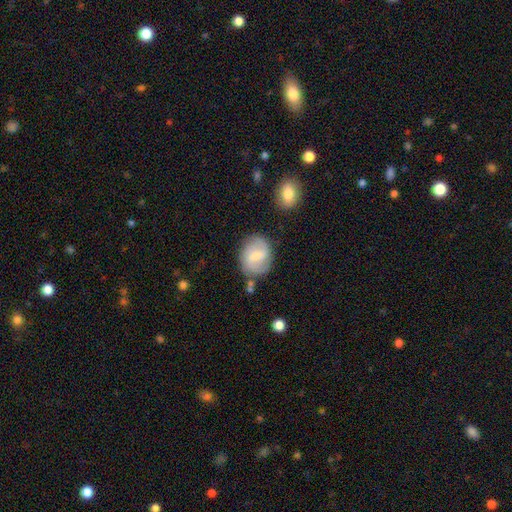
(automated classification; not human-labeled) Smooth or featured: featured or disk — 58% (smooth — 35%)
Edge-on disk: no — 98% (yes — 2%)
Bar: weak — 59% (no — 25%)
Spiral arms: yes — 89% (no — 11%)
Spiral winding: medium — 46% (loose — 33%)
Spiral arm count: 2 — 82% (can't tell — 9%)
Bulge size: small — 52% (moderate — 34%)
Merging: none — 74% (minor disturbance — 16%)